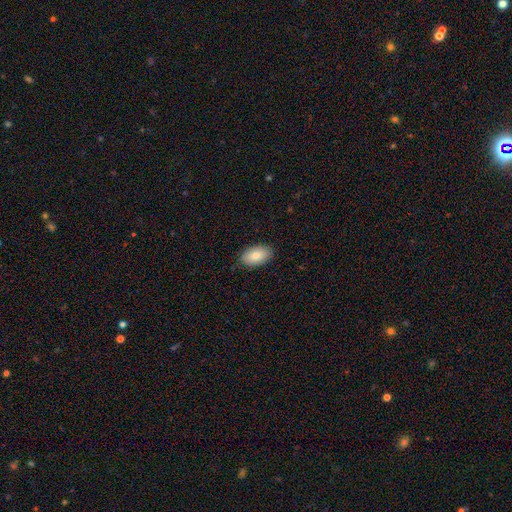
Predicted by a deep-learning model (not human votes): smooth-or-featured: smooth: 83% | featured or disk: 11% | star or artifact: 7%
  how-rounded: in between: 94% | round: 4% | cigar-shaped: 2%
  merging: none: 88% | minor disturbance: 10% | major disturbance: 2% | merger: 1%